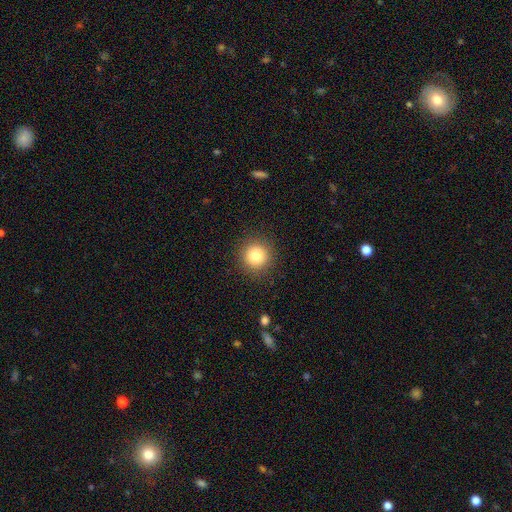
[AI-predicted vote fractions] Q: Smooth or featured?
A: smooth (82%); runner-up: star or artifact (11%)
Q: How rounded?
A: round (94%); runner-up: in between (5%)
Q: Merging?
A: none (91%); runner-up: minor disturbance (6%)